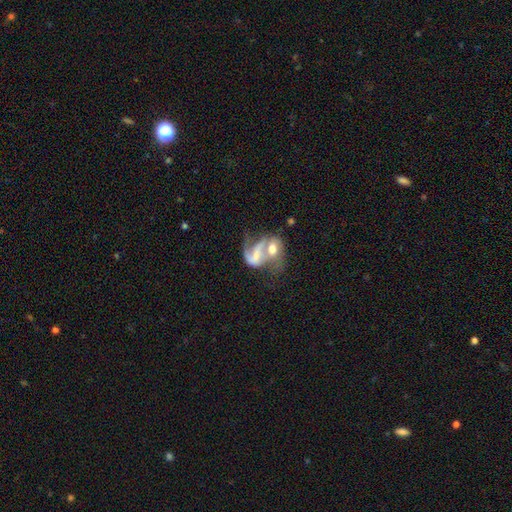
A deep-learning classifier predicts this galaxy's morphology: Overall: featured or disk (66%; smooth 26%). Edge-on disk: no (97%). Bar: no (40%; weak 35%). Spiral arms: yes (73%). Bulge size: moderate (36%; small 25%). Merging: merger (65%).